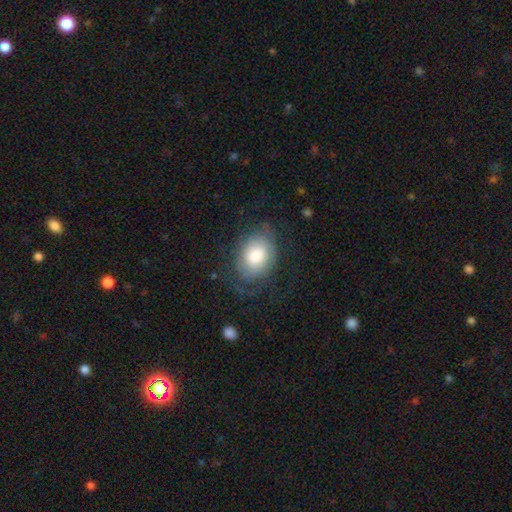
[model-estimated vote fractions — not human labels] A smooth galaxy with no disk features (60%) that is in between round and cigar-shaped (74%). Merging: none (61%).